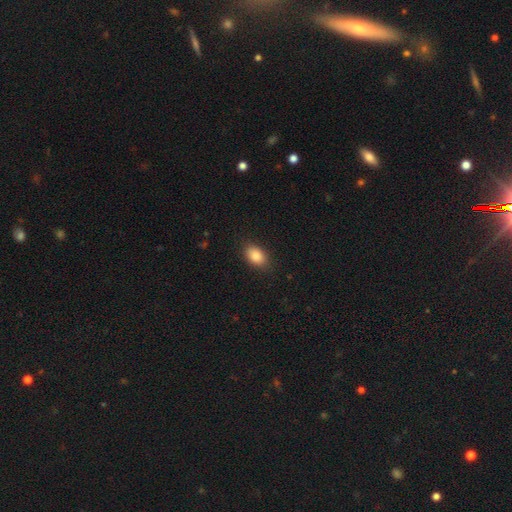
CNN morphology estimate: smooth-or-featured: smooth: 87% | star or artifact: 8% | featured or disk: 5%
  how-rounded: in between: 87% | round: 12% | cigar-shaped: 1%
  merging: none: 86% | minor disturbance: 11% | major disturbance: 3% | merger: 1%